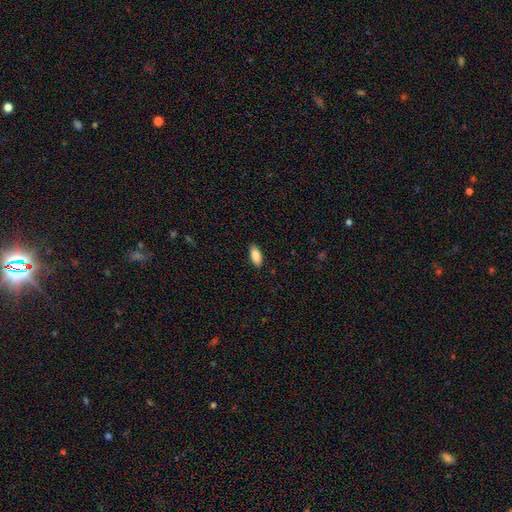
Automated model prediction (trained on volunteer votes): This is clearly a smooth galaxy (87%). How rounded: clearly in between (89%). Merging: clearly none (89%).